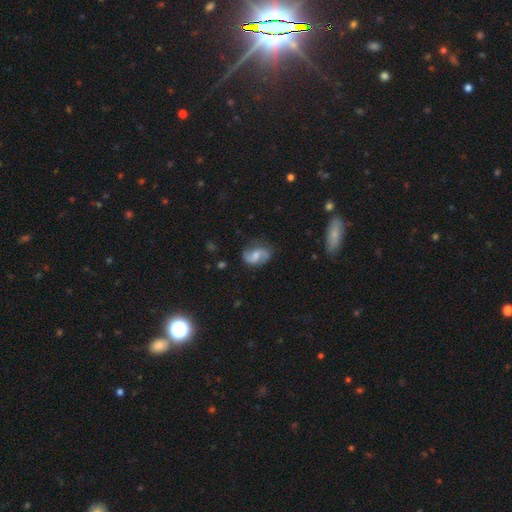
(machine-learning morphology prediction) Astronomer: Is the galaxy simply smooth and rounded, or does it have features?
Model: featured or disk — 74%.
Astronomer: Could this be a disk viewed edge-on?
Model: no — 97%.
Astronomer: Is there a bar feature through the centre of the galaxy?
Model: weak — 46% (runner-up: no, 44%).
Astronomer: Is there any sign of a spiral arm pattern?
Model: yes — 94%.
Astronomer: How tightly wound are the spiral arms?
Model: loose — 53% (runner-up: medium, 36%).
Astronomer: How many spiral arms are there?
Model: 2 — 90%.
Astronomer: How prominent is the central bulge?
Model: moderate — 41% (runner-up: small, 34%).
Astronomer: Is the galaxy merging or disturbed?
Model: none — 73%.